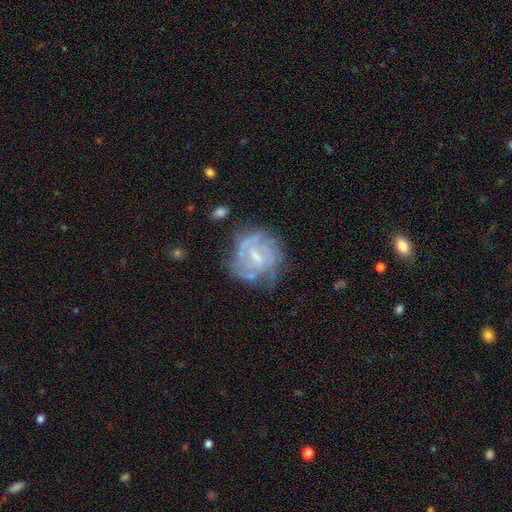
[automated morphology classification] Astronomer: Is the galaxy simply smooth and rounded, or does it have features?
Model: featured or disk — 75%.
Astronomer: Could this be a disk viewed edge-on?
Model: no — 98%.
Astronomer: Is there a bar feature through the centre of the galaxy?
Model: weak — 54% (runner-up: no, 33%).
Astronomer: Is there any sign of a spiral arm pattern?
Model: yes — 76%.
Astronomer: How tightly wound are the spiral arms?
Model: tight — 55% (runner-up: medium, 33%).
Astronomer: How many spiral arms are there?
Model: can't tell — 47% (runner-up: 2, 22%).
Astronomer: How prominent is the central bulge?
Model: small — 51% (runner-up: moderate, 32%).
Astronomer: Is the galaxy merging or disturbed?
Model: none — 55%.